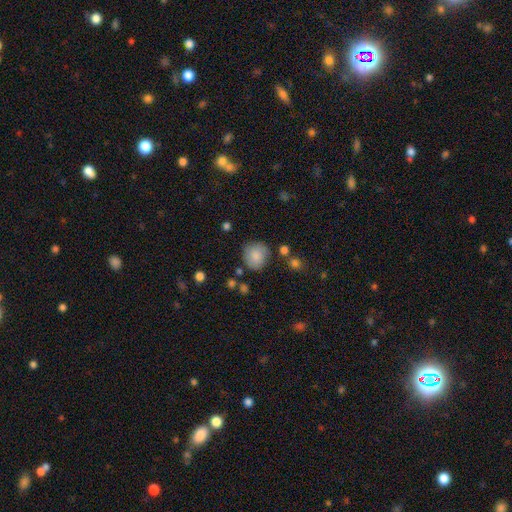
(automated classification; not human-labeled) Morphology: type=smooth (81%); roundness=round (85%); merging=none (75%).